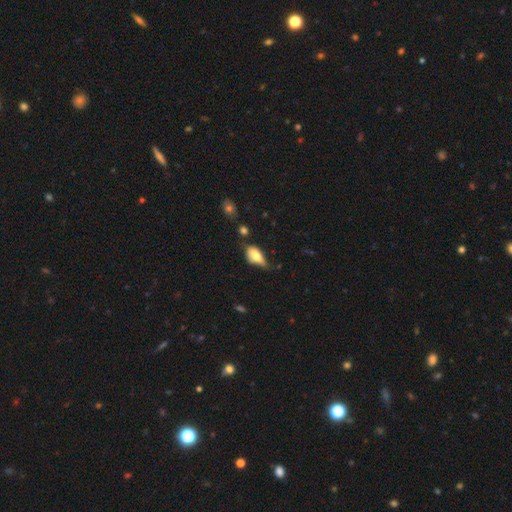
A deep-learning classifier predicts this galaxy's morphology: Smooth or featured: smooth — 72% (featured or disk — 20%)
How rounded: in between — 88% (cigar-shaped — 7%)
Merging: minor disturbance — 44% (none — 28%)